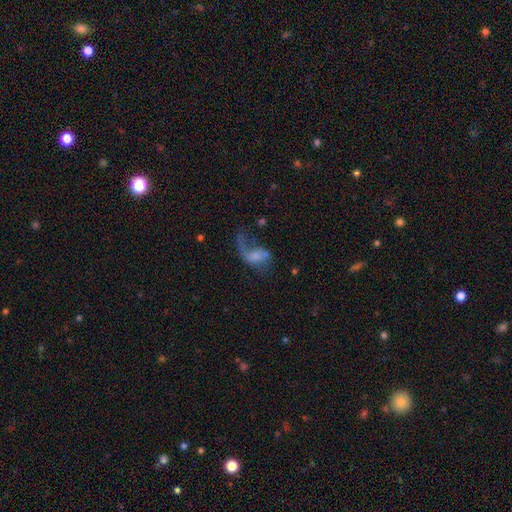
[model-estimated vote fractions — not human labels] Smooth or featured: featured or disk — 52% (smooth — 38%)
Edge-on disk: no — 96% (yes — 4%)
Merging: major disturbance — 56% (none — 21%)